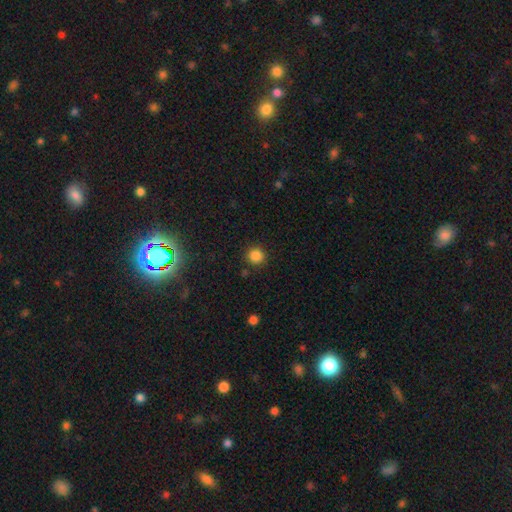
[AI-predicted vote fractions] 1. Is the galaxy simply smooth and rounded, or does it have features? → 85% smooth, 12% star or artifact, 3% featured or disk.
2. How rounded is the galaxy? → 93% round, 6% in between, 1% cigar-shaped.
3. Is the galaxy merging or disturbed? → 88% none, 7% minor disturbance, 3% major disturbance, 2% merger.